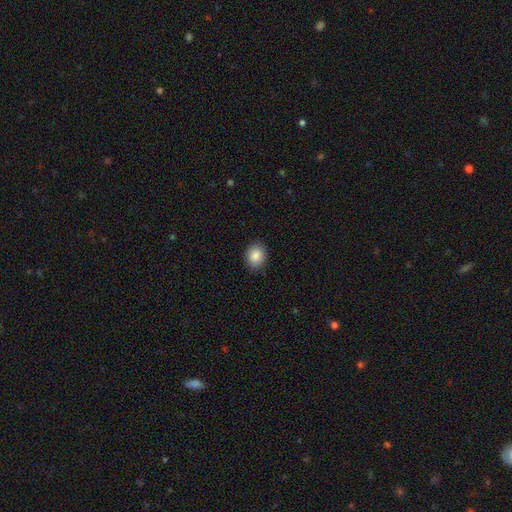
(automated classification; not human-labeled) Smooth or featured? smooth (86%)
How rounded? round (53%)
Merging? none (89%)